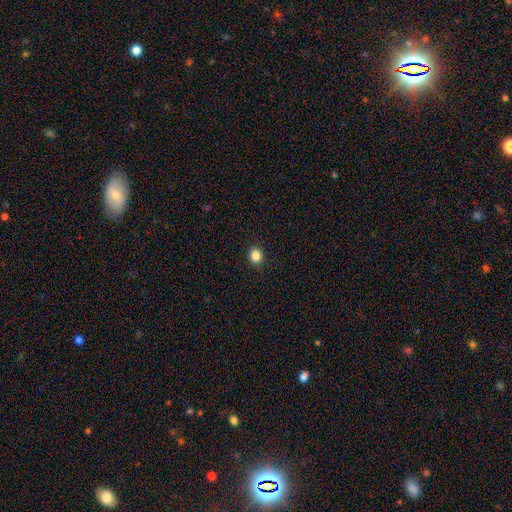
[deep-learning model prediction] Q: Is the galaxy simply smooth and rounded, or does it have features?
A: smooth — 85%.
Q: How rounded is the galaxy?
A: round — 78%.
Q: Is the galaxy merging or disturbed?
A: none — 91%.